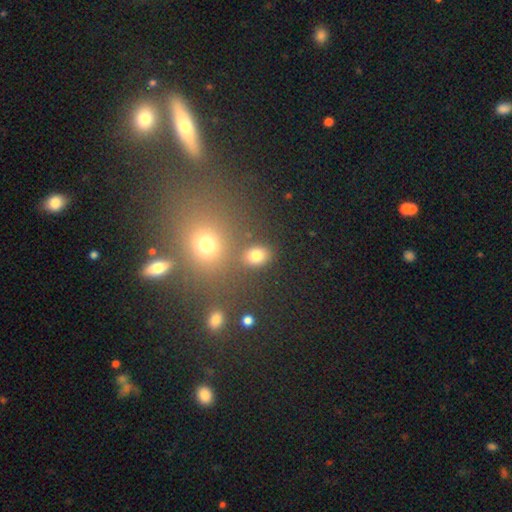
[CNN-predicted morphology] Q: Smooth or featured?
A: smooth (76%); runner-up: star or artifact (16%)
Q: How rounded?
A: in between (52%); runner-up: round (47%)
Q: Merging?
A: none (78%); runner-up: merger (9%)